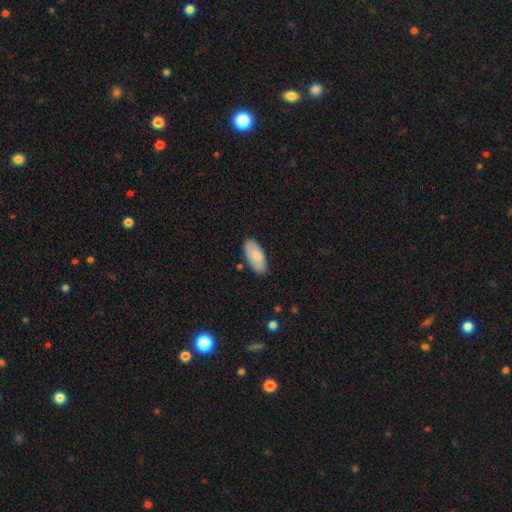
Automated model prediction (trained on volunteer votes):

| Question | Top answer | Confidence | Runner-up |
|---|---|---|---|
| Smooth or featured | smooth | 77% | featured or disk (17%) |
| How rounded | in between | 91% | cigar-shaped (7%) |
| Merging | none | 81% | minor disturbance (14%) |